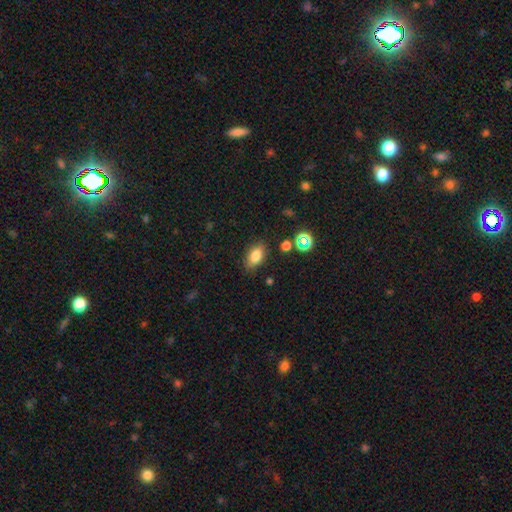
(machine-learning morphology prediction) smooth-or-featured: smooth: 80% | star or artifact: 11% | featured or disk: 10%
  how-rounded: in between: 86% | round: 9% | cigar-shaped: 5%
  merging: none: 82% | minor disturbance: 13% | major disturbance: 3% | merger: 3%